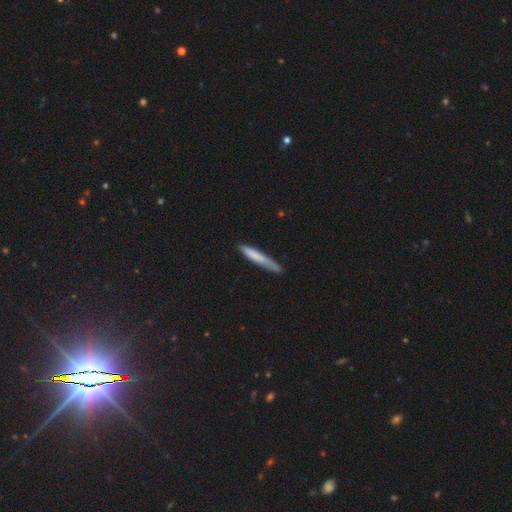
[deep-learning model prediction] Smooth or featured?
  - smooth: 73% *
  - featured or disk: 21%
  - star or artifact: 6%
How rounded?
  - cigar-shaped: 94% *
  - in between: 4%
  - round: 1%
Merging?
  - none: 71% *
  - minor disturbance: 22%
  - major disturbance: 4%
  - merger: 2%